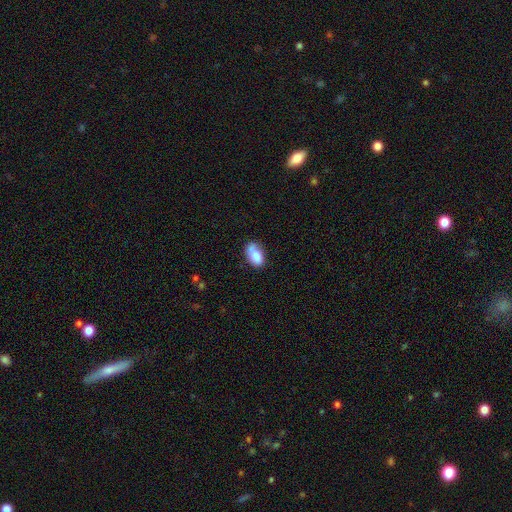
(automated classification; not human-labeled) Smooth or featured? Predicted: smooth (p=0.77). How rounded? Predicted: in between (p=0.90). Merging? Predicted: none (p=0.47).